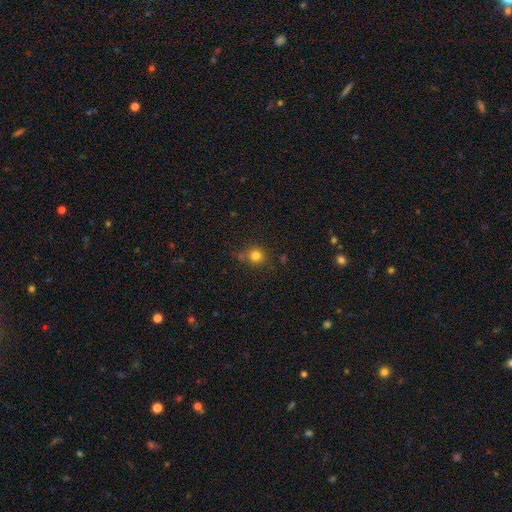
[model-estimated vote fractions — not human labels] The model was most divided on "merging": none: 75%, minor disturbance: 13%, merger: 8%, major disturbance: 4%. More confident: how rounded — round (89%); smooth or featured — smooth (80%).